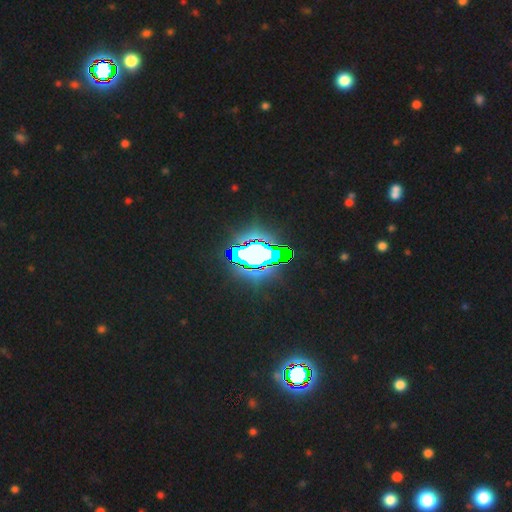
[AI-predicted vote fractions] smooth_or_featured: star or artifact (p=0.68) [alt: smooth p=0.17]